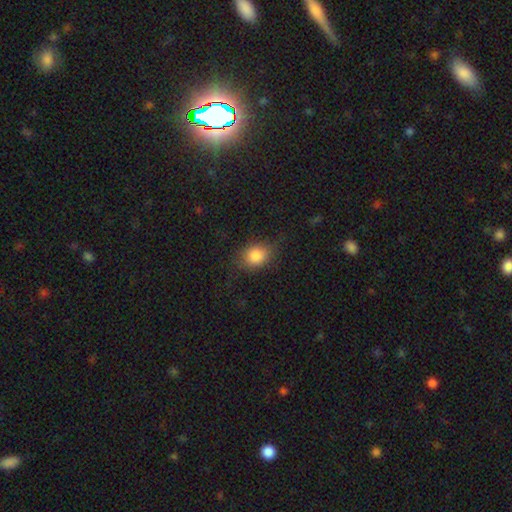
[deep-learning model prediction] The model was most divided on "how rounded": in between: 54%, round: 44%, cigar-shaped: 2%. More confident: smooth or featured — smooth (84%); merging — none (74%).